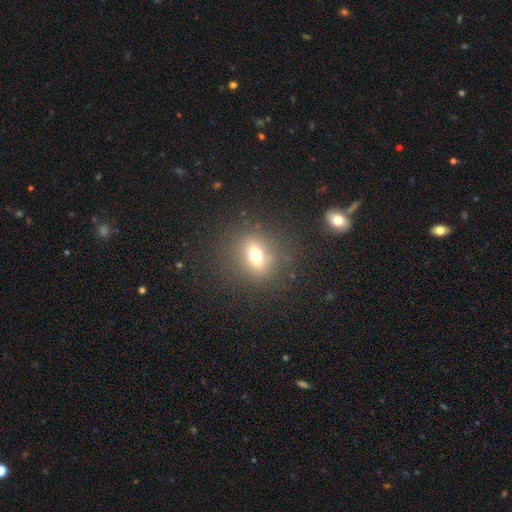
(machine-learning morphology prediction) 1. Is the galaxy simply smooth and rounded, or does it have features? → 66% smooth, 18% star or artifact, 16% featured or disk.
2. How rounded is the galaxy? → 59% round, 39% in between, 3% cigar-shaped.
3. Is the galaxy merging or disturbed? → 83% none, 10% minor disturbance, 5% major disturbance, 2% merger.